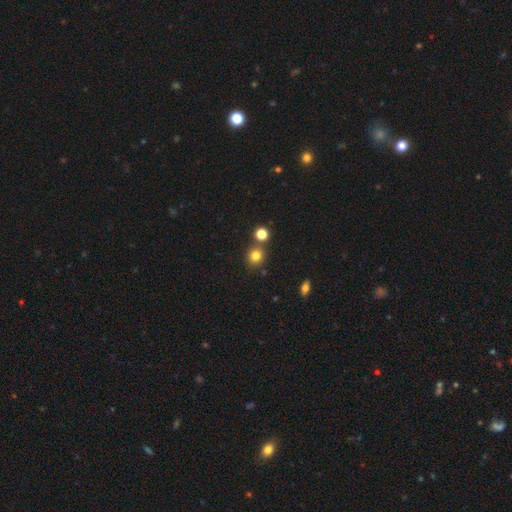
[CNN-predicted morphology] Smooth or featured? Predicted: smooth (p=0.80). How rounded? Predicted: round (p=0.84). Merging? Predicted: none (p=0.75).